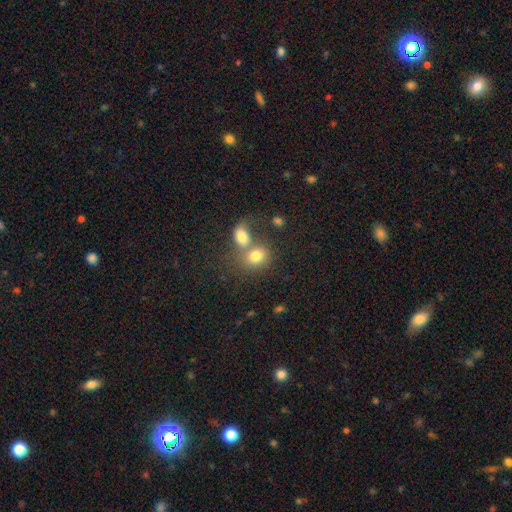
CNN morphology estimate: smooth-or-featured: smooth: 77% | featured or disk: 12% | star or artifact: 11%
  how-rounded: round: 51% | in between: 48% | cigar-shaped: 1%
  merging: merger: 56% | none: 31% | minor disturbance: 8% | major disturbance: 5%